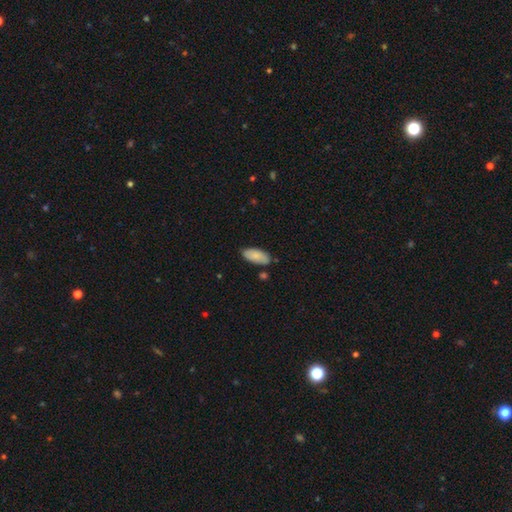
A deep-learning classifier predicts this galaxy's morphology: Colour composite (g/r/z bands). It shows a smooth galaxy with no disk features (83%) that is in between round and cigar-shaped (91%). Merging: none (78%).